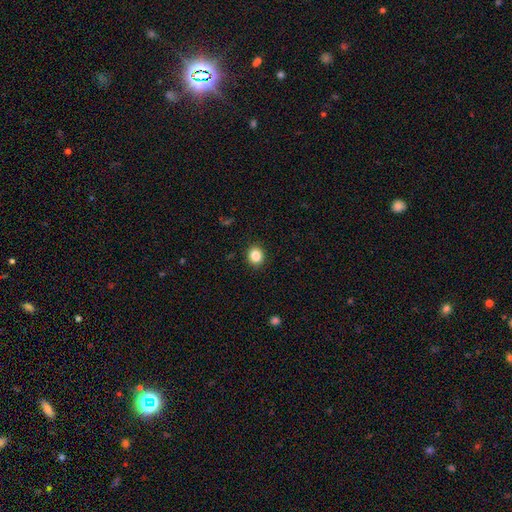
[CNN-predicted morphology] Smooth or featured? smooth (85%)
How rounded? round (78%)
Merging? none (91%)